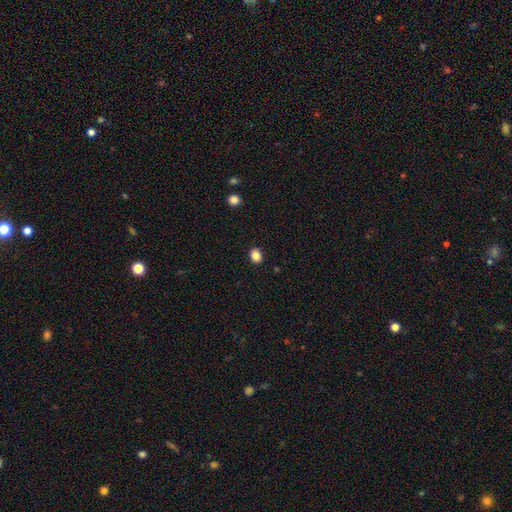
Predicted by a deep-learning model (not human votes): Q: Smooth or featured?
A: smooth (86%); runner-up: star or artifact (10%)
Q: How rounded?
A: round (51%); runner-up: in between (48%)
Q: Merging?
A: none (90%); runner-up: minor disturbance (7%)